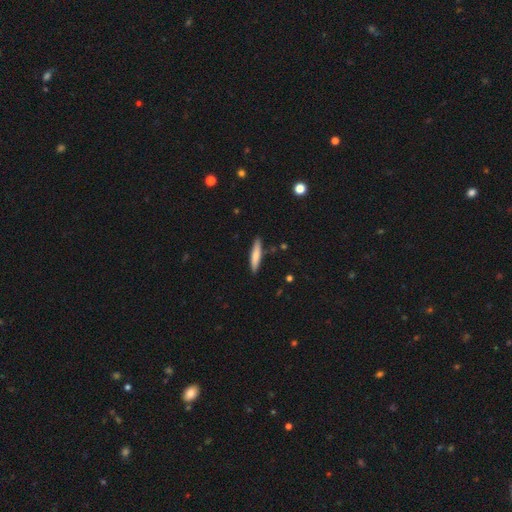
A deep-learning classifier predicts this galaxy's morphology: Overall: smooth (73%). How rounded: cigar-shaped (87%). Merging: none (87%).